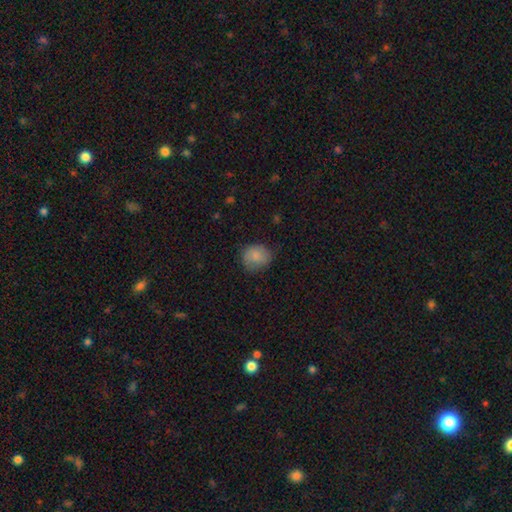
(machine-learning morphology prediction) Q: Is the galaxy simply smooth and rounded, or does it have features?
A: smooth — 82%.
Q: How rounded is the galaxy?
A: round — 74%.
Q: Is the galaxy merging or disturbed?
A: none — 71%.